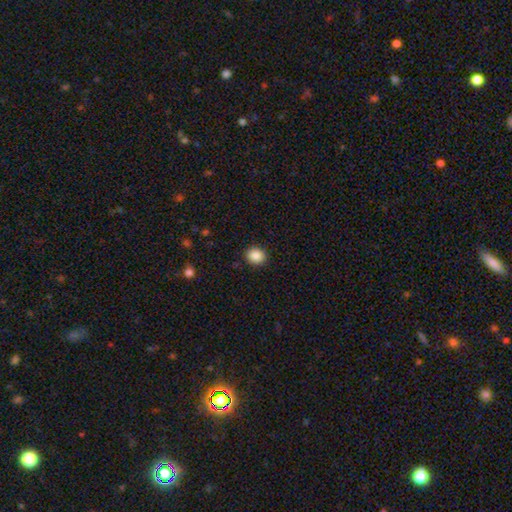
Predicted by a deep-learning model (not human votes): A smooth galaxy with no disk features (88%) that is round (71%). Merging: none (90%).